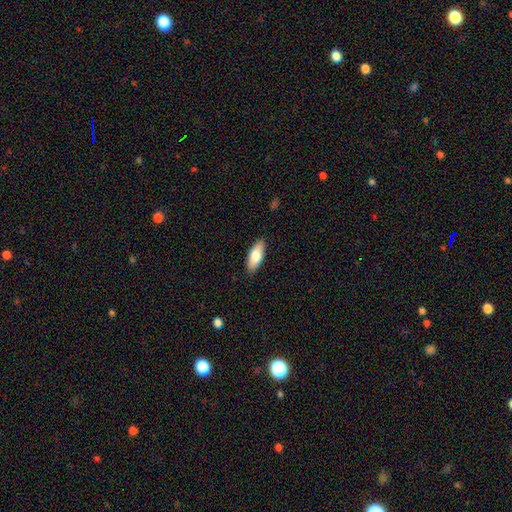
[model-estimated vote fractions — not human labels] Smooth or featured? Predicted: smooth (p=0.79). How rounded? Predicted: in between (p=0.78). Merging? Predicted: none (p=0.88).